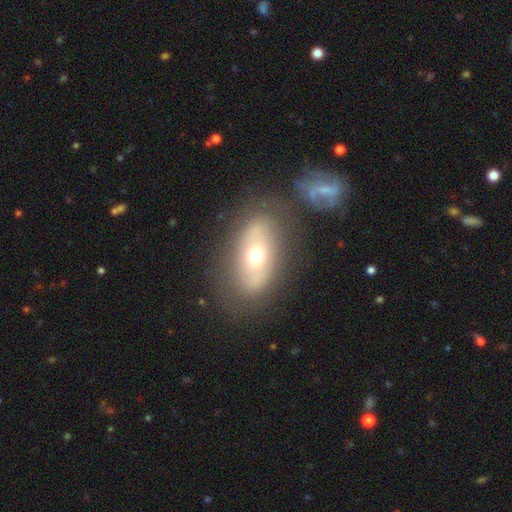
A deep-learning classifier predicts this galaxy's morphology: smooth_or_featured: featured or disk (p=0.49) [alt: smooth p=0.42]
merging: none (p=0.69) [alt: minor disturbance p=0.15]